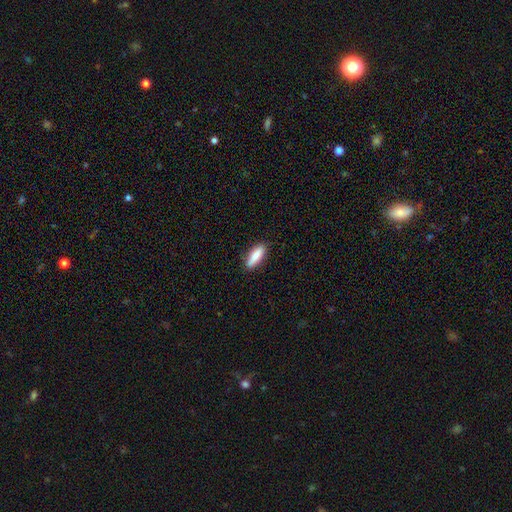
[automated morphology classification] Smooth or featured? Predicted: smooth (p=0.83). How rounded? Predicted: cigar-shaped (p=0.53). Merging? Predicted: none (p=0.85).